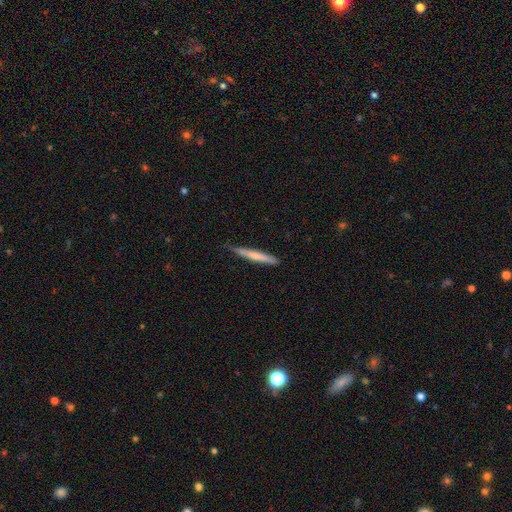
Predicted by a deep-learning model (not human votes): Smooth or featured: smooth — 61% (featured or disk — 33%)
How rounded: cigar-shaped — 96% (in between — 3%)
Merging: none — 79% (minor disturbance — 17%)